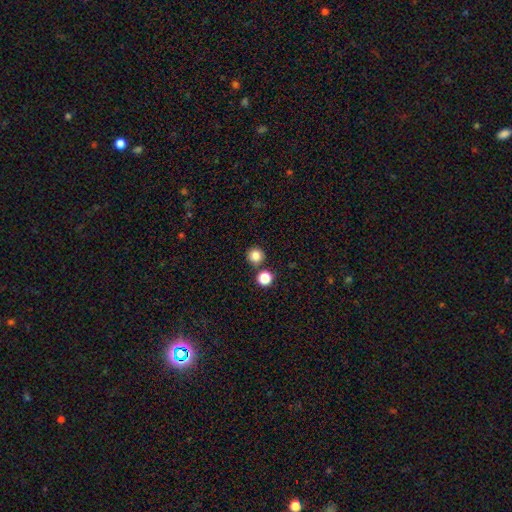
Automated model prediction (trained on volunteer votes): Smooth or featured?
  - smooth: 84% *
  - star or artifact: 12%
  - featured or disk: 4%
How rounded?
  - round: 94% *
  - in between: 5%
  - cigar-shaped: 1%
Merging?
  - none: 81% *
  - merger: 10%
  - minor disturbance: 6%
  - major disturbance: 2%